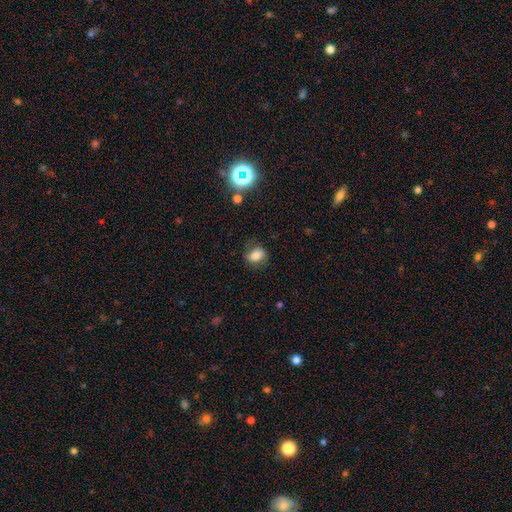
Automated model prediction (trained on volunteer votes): smooth-or-featured: smooth: 71% | featured or disk: 18% | star or artifact: 11%
  how-rounded: in between: 61% | round: 37% | cigar-shaped: 2%
  merging: none: 67% | minor disturbance: 21% | major disturbance: 10% | merger: 2%